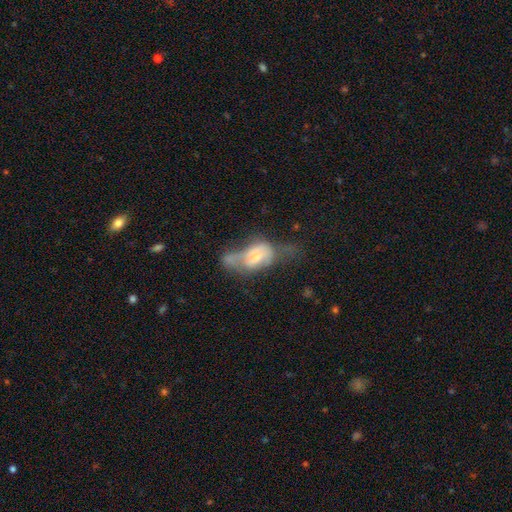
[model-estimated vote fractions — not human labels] smooth_or_featured: featured or disk (p=0.48) [alt: smooth p=0.42]
merging: major disturbance (p=0.34) [alt: merger p=0.23]